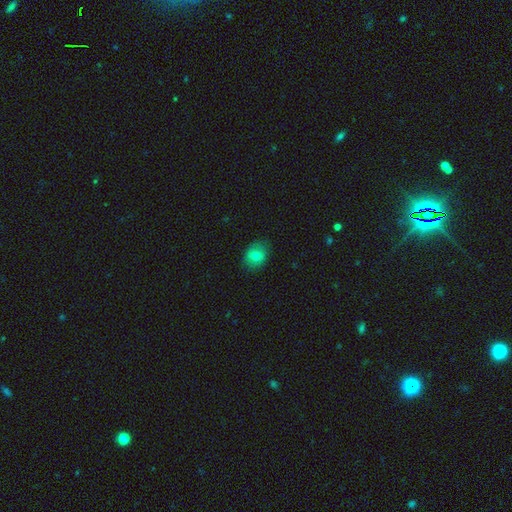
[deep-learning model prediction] This appears to be a smooth galaxy with no disk features (76%) that is in between round and cigar-shaped (52%). Merging: none (82%).